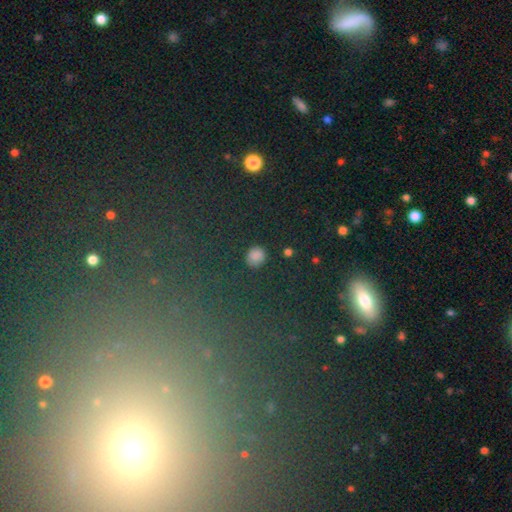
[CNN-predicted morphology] This appears to be a smooth galaxy with no disk features (81%) that is round (84%). Merging: none (87%).